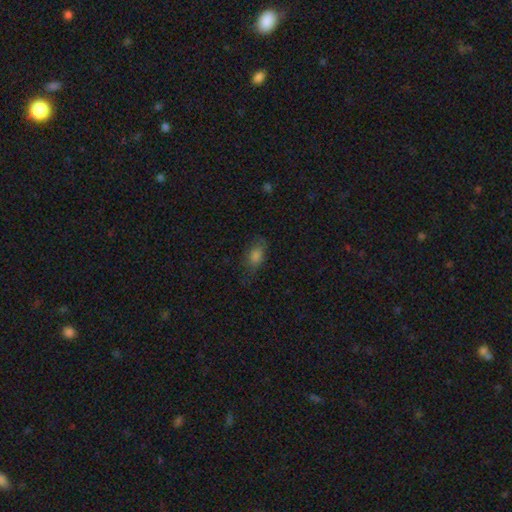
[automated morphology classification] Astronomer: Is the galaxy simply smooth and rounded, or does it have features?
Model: smooth — 75%.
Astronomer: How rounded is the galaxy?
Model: in between — 84%.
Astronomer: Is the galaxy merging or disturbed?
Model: none — 68%.